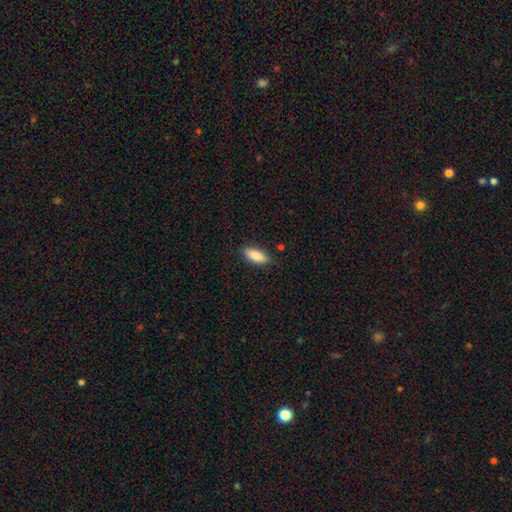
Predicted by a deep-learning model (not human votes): Morphology: type=smooth (88%); roundness=in between (78%); merging=none (85%).